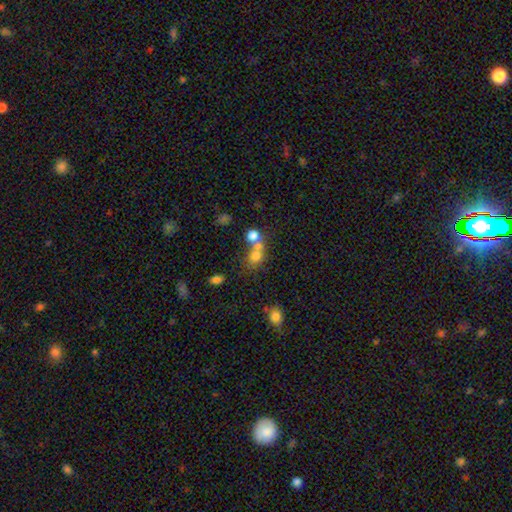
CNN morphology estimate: Smooth or featured? smooth (68%)
How rounded? round (71%)
Merging? merger (56%)